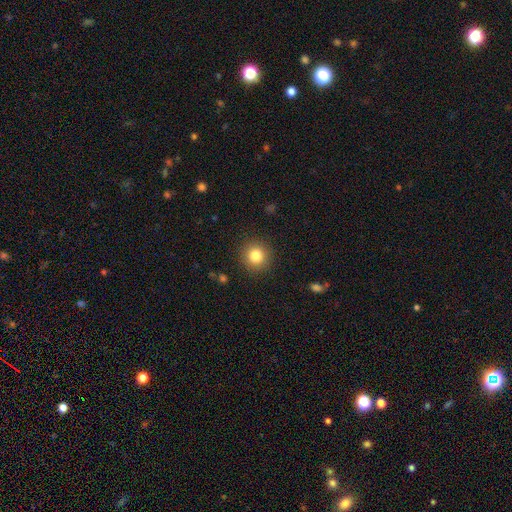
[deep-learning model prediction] A smooth galaxy with no disk features (83%) that is round (94%).

Vote fractions:
- Smooth or featured? smooth: 83% / star or artifact: 11% / featured or disk: 7%
- How rounded? round: 94% / in between: 5% / cigar-shaped: 1%
- Merging? none: 90% / minor disturbance: 6% / major disturbance: 2% / merger: 1%